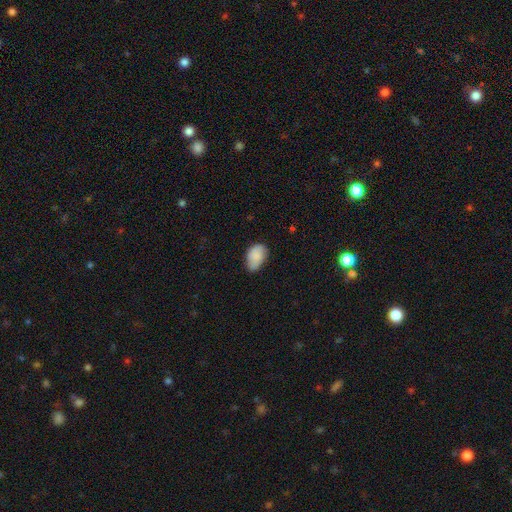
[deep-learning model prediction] Morphology: type=smooth (84%); roundness=in between (90%); merging=none (60%).